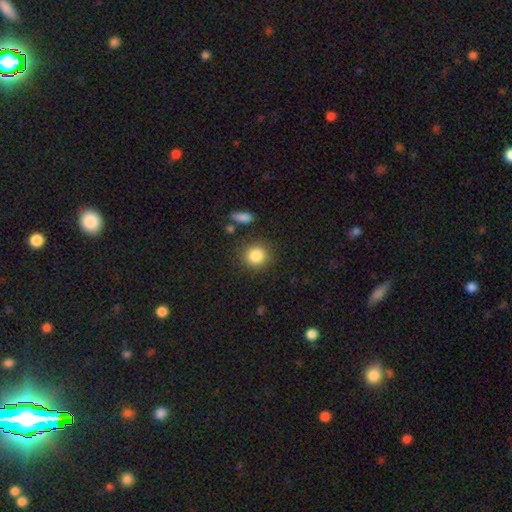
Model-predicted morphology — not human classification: The model was most divided on "how rounded": round: 86%, in between: 13%, cigar-shaped: 1%. More confident: smooth or featured — smooth (85%); merging — none (85%).